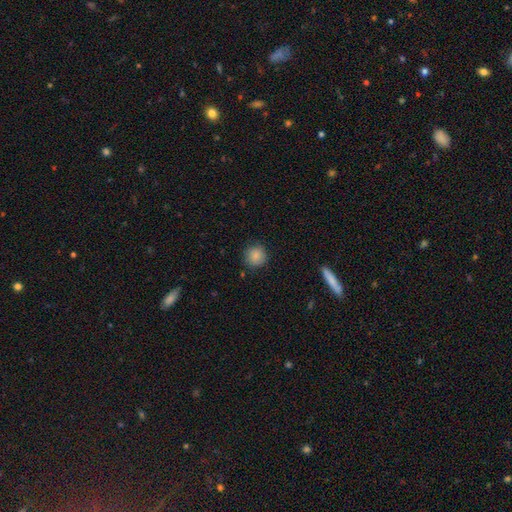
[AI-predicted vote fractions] Overall: smooth (86%). How rounded: round (92%). Merging: none (86%).